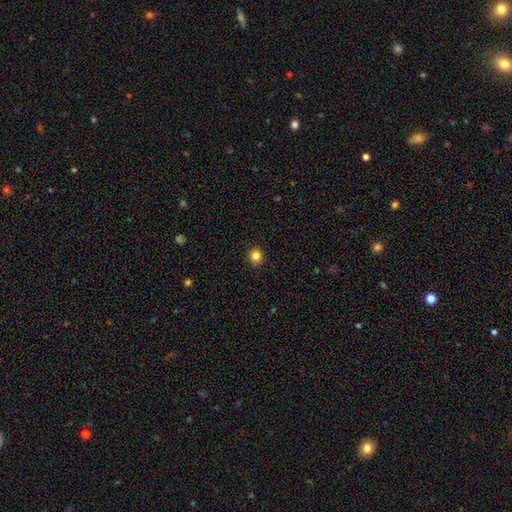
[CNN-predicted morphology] Smooth or featured? smooth (84%)
How rounded? round (89%)
Merging? none (91%)